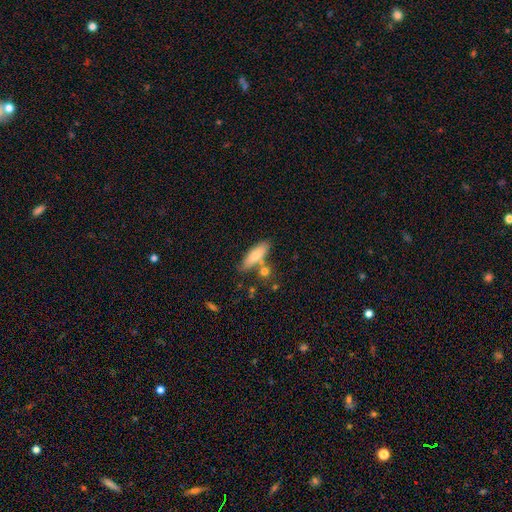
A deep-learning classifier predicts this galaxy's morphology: A smooth galaxy with no disk features (73%) that is in between round and cigar-shaped (52%).

Vote fractions:
- Smooth or featured? smooth: 73% / featured or disk: 20% / star or artifact: 6%
- How rounded? in between: 52% / cigar-shaped: 46% / round: 3%
- Merging? none: 66% / merger: 16% / minor disturbance: 15% / major disturbance: 4%